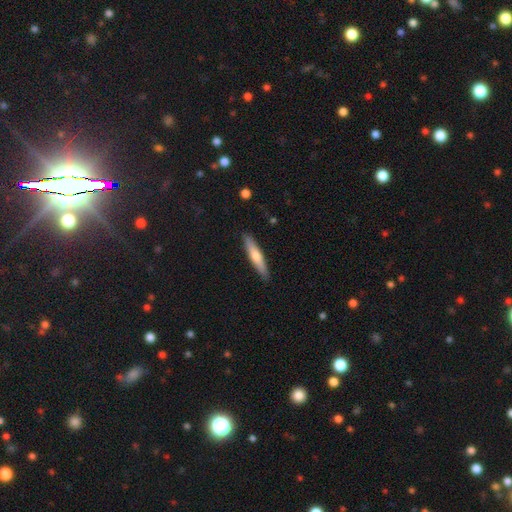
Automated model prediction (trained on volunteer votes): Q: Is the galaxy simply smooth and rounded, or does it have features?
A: smooth — 56%.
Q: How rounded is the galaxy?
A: cigar-shaped — 90%.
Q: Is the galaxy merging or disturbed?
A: none — 90%.